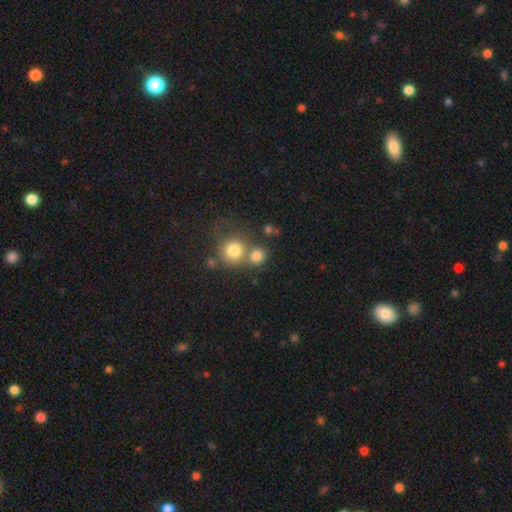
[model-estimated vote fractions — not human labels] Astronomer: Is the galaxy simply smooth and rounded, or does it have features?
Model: smooth — 75%.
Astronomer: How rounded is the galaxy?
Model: round — 84%.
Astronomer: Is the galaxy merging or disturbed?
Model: none — 51% (runner-up: merger, 36%).